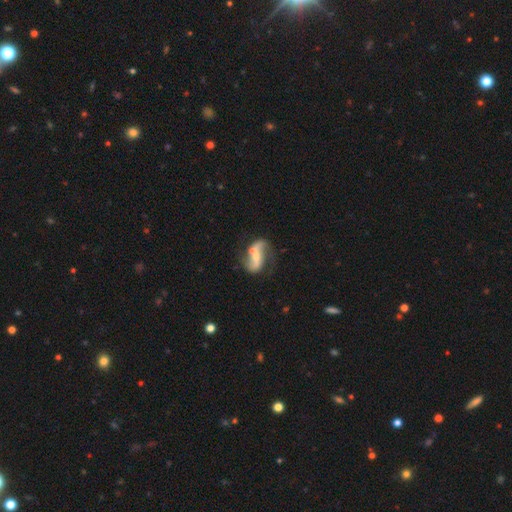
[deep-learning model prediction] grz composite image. It shows a featured or disk galaxy (76%) with no bar (39%), 2 (86%) loose (63%) spiral arms (89%) and a small central bulge (48%). Merging: none (51%).